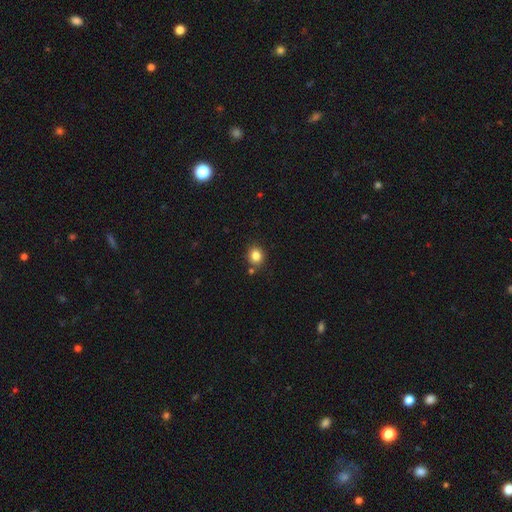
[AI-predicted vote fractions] Smooth or featured? Predicted: smooth (p=0.83). How rounded? Predicted: round (p=0.74). Merging? Predicted: none (p=0.81).